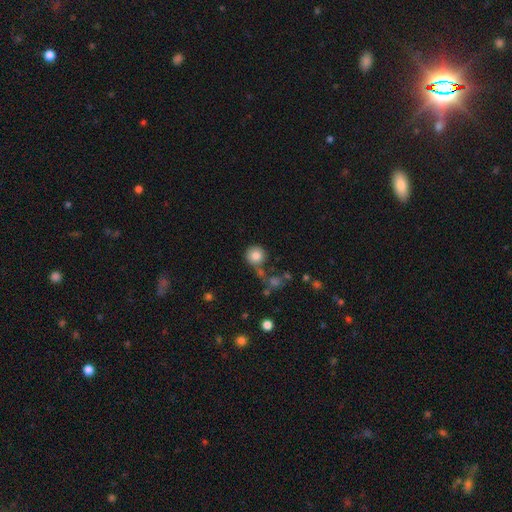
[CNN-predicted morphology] Smooth or featured? smooth (82%)
How rounded? round (93%)
Merging? none (72%)